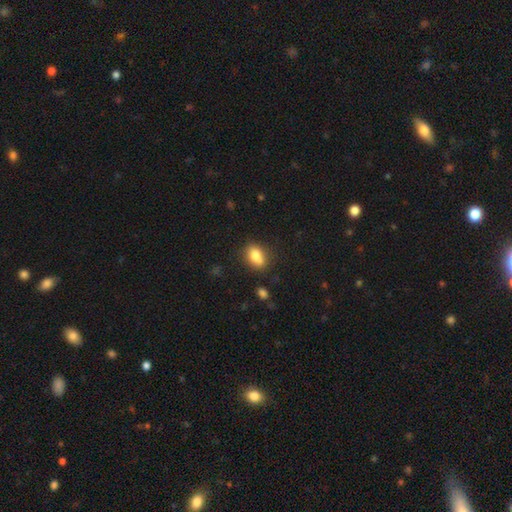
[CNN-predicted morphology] This is likely a smooth galaxy (78%). How rounded: likely in between (68%). Merging: possibly none (57%).